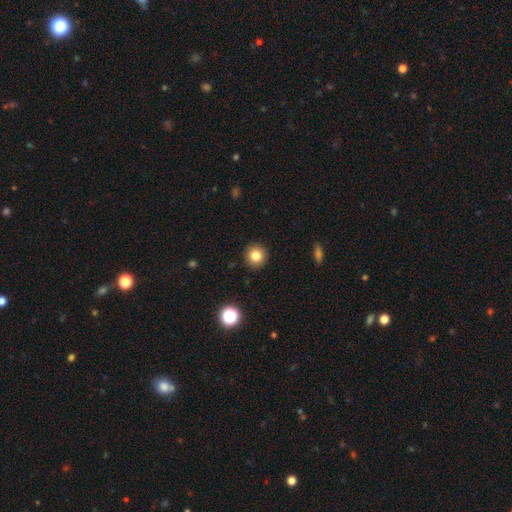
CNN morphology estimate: Overall: smooth (82%). How rounded: round (93%). Merging: none (92%).